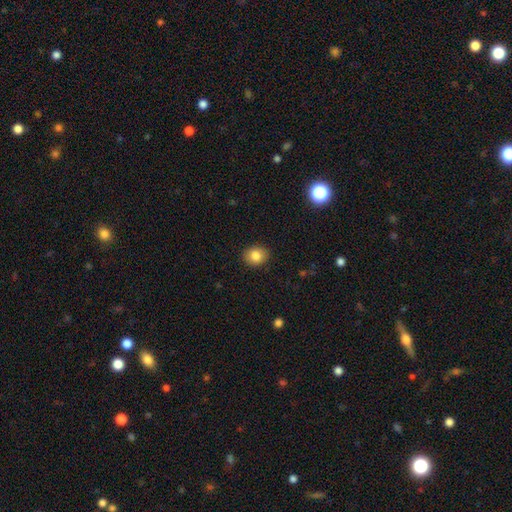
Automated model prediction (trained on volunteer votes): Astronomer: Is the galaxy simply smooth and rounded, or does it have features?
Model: smooth — 84%.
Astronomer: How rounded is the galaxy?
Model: round — 61% (runner-up: in between, 38%).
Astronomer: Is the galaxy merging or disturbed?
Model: none — 89%.